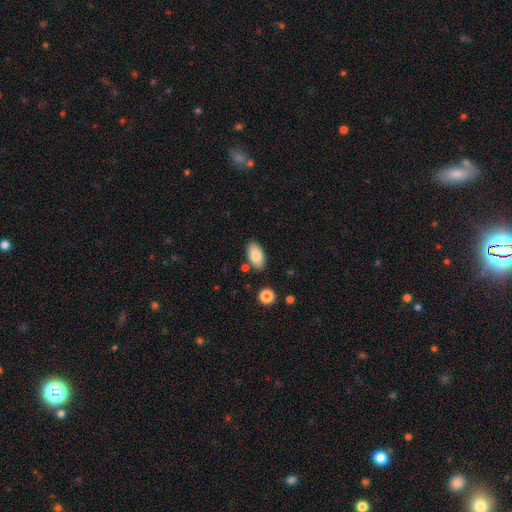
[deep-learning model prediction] This is clearly a smooth galaxy (82%). How rounded: clearly in between (94%). Merging: clearly none (83%).